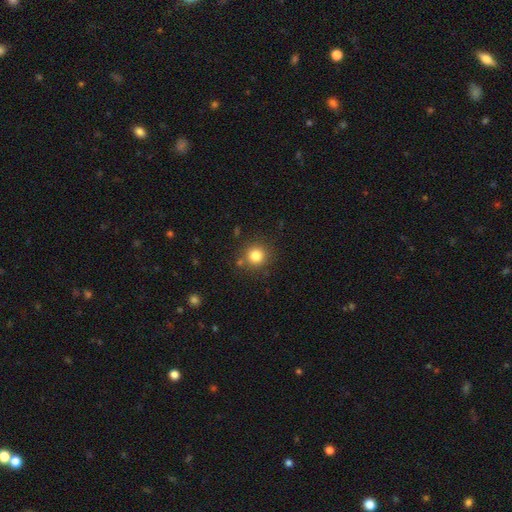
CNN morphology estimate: The model was most divided on "smooth or featured": smooth: 82%, star or artifact: 12%, featured or disk: 6%. More confident: how rounded — round (93%); merging — none (83%).